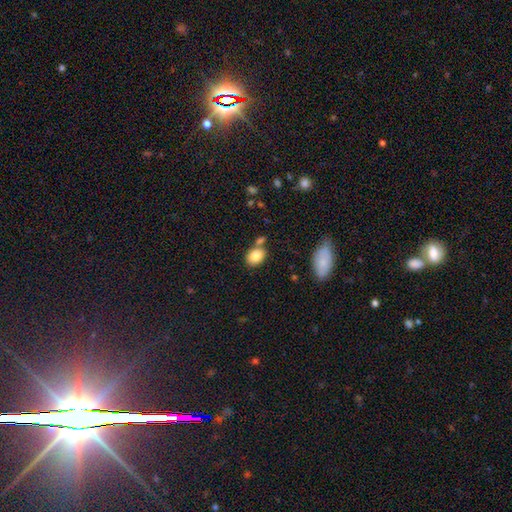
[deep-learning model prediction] The model was most divided on "how rounded": in between: 70%, round: 29%, cigar-shaped: 1%. More confident: smooth or featured — smooth (83%); merging — none (64%).